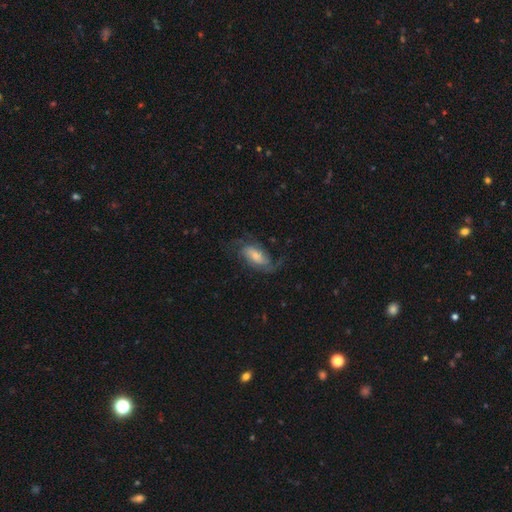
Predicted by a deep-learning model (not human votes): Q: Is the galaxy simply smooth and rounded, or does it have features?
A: featured or disk — 66%.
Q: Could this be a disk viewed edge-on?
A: no — 94%.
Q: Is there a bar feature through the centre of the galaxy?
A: no — 47%.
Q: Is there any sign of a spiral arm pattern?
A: yes — 91%.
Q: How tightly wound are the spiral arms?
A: loose — 42%.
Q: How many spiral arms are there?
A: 2 — 67%.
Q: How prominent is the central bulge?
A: small — 42%.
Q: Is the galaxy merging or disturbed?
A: none — 58%.